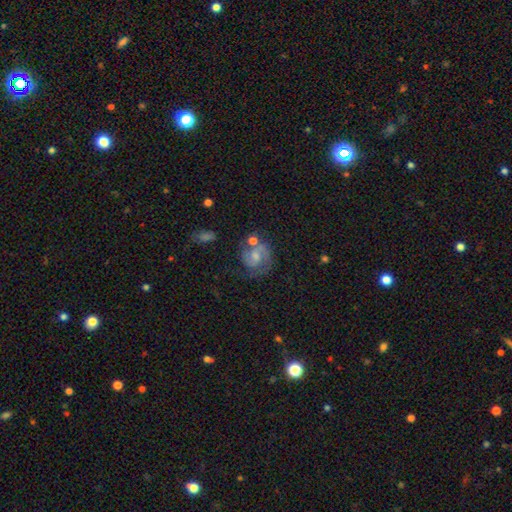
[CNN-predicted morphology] Overall: featured or disk (72%). Edge-on disk: no (98%). Bar: weak (47%; no 45%). Spiral arms: yes (91%). Spiral arm count: 2 (76%). Spiral winding: medium (51%; tight 30%). Bulge size: small (43%; moderate 38%). Merging: none (52%; minor disturbance 19%).